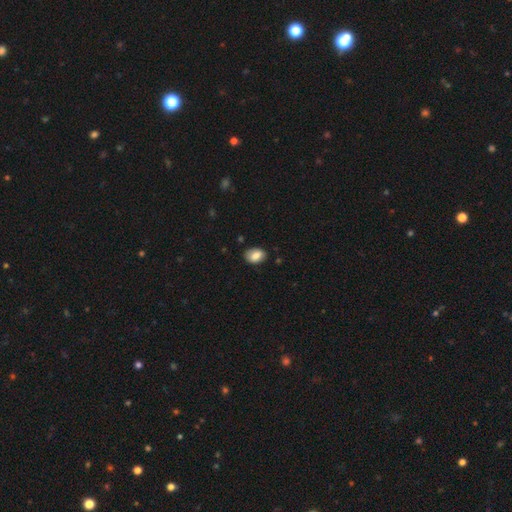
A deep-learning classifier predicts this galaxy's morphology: Smooth or featured?
  - smooth: 82% *
  - featured or disk: 11%
  - star or artifact: 7%
How rounded?
  - in between: 81% *
  - round: 18%
  - cigar-shaped: 1%
Merging?
  - none: 81% *
  - minor disturbance: 15%
  - major disturbance: 3%
  - merger: 1%